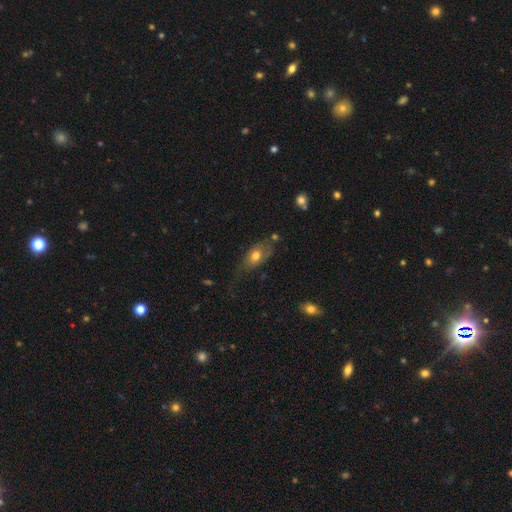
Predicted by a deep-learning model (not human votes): A smooth galaxy with no disk features (63%) that is in between round and cigar-shaped (83%).

Vote fractions:
- Smooth or featured? smooth: 63% / featured or disk: 29% / star or artifact: 8%
- How rounded? in between: 83% / round: 11% / cigar-shaped: 6%
- Merging? none: 46% / minor disturbance: 30% / major disturbance: 19% / merger: 5%